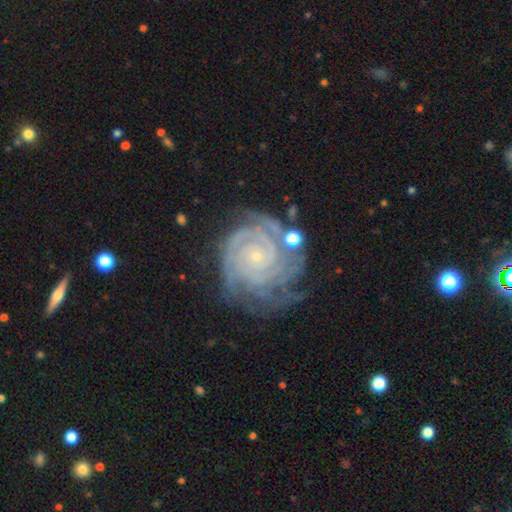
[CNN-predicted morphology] smooth-or-featured: featured or disk: 91% | star or artifact: 6% | smooth: 4%
  disk-edge-on: no: 98% | yes: 2%
    bar: no: 79% | weak: 15% | strong: 6%
    has-spiral-arms: yes: 98% | no: 2%
      spiral-winding: tight: 86% | medium: 12% | loose: 2%
      spiral-arm-count: 4: 29% | 3: 24% | 2: 15% | can't tell: 14% | more than 4: 12% | 1: 6%
    bulge-size: small: 87% | moderate: 9% | none: 2% | large: 1% | dominant: 1%
  merging: none: 66% | minor disturbance: 21% | major disturbance: 8% | merger: 5%